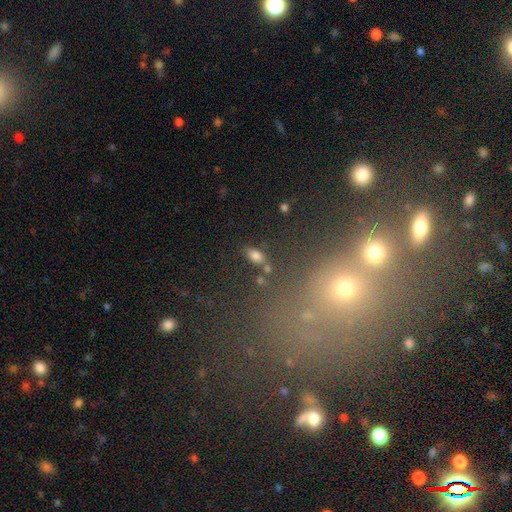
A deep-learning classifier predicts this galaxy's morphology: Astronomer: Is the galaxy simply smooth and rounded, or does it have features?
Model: smooth — 77%.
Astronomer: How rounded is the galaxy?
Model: in between — 88%.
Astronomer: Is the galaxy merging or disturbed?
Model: none — 74%.